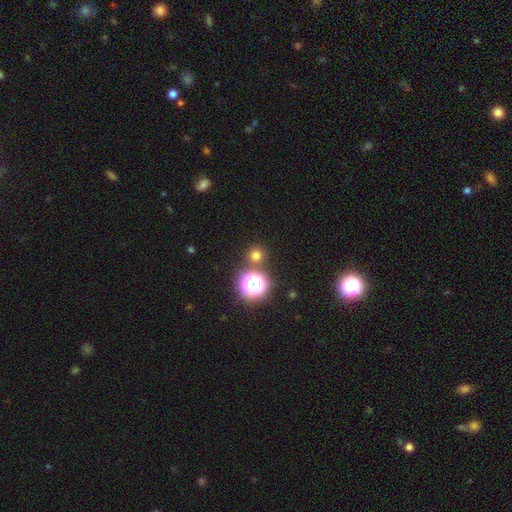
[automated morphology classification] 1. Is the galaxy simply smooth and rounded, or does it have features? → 69% smooth, 25% star or artifact, 6% featured or disk.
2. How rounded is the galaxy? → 93% round, 6% in between, 1% cigar-shaped.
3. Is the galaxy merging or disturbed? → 82% none, 9% merger, 6% minor disturbance, 3% major disturbance.